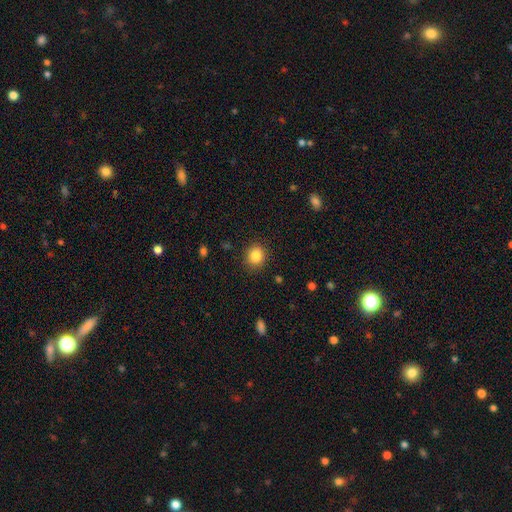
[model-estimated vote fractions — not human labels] This is clearly a smooth galaxy (84%). How rounded: clearly round (81%). Merging: clearly none (89%).